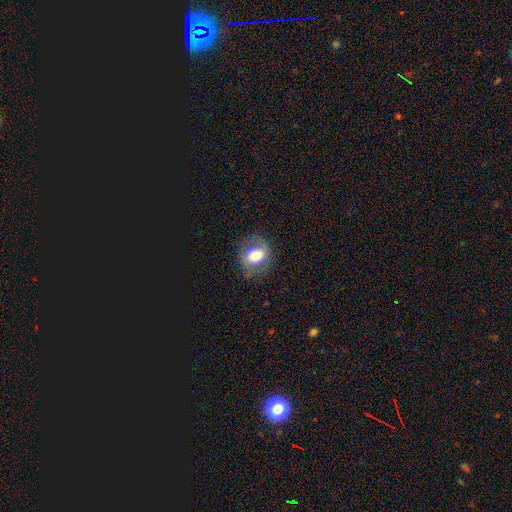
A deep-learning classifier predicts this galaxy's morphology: Smooth or featured: smooth — 62% (featured or disk — 29%)
How rounded: round — 52% (in between — 47%)
Merging: none — 73% (minor disturbance — 18%)